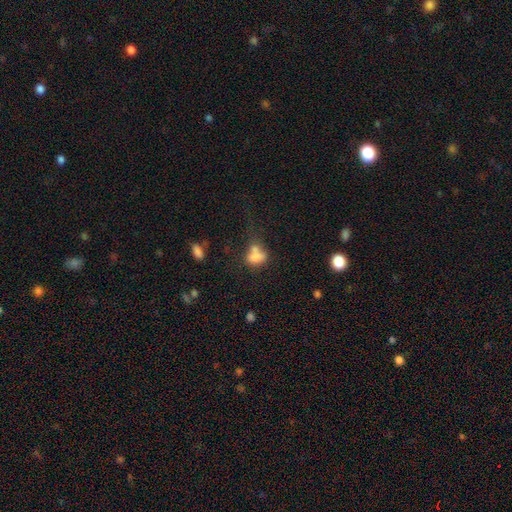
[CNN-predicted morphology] A smooth galaxy with no disk features (73%) that is in between round and cigar-shaped (70%).

Vote fractions:
- Smooth or featured? smooth: 73% / featured or disk: 15% / star or artifact: 12%
- How rounded? in between: 70% / round: 27% / cigar-shaped: 3%
- Merging? merger: 44% / none: 27% / minor disturbance: 15% / major disturbance: 13%